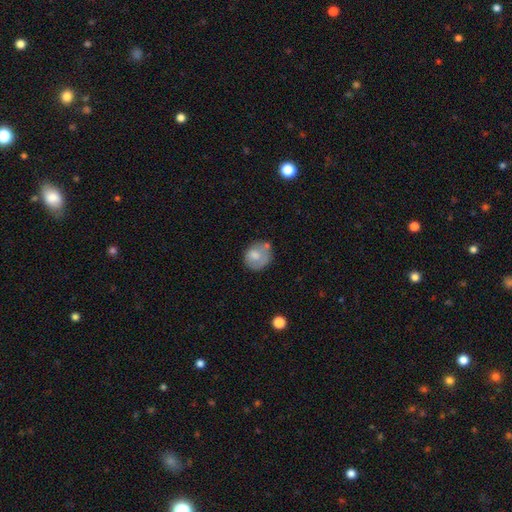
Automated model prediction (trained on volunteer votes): Q: Smooth or featured?
A: smooth (68%); runner-up: featured or disk (24%)
Q: How rounded?
A: round (65%); runner-up: in between (34%)
Q: Merging?
A: none (48%); runner-up: minor disturbance (27%)